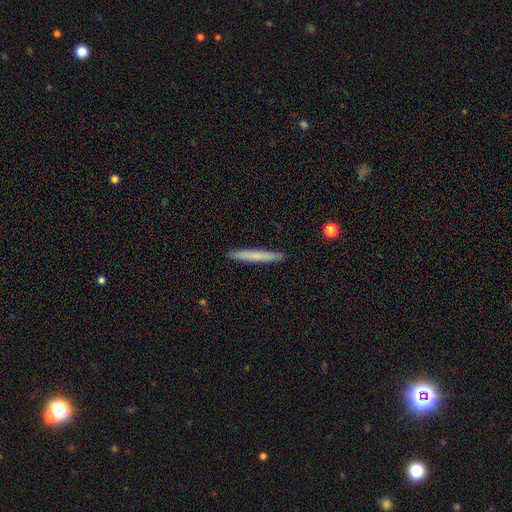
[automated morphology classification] Smooth or featured: smooth — 70% (featured or disk — 24%)
How rounded: cigar-shaped — 96% (in between — 3%)
Merging: none — 92% (minor disturbance — 6%)